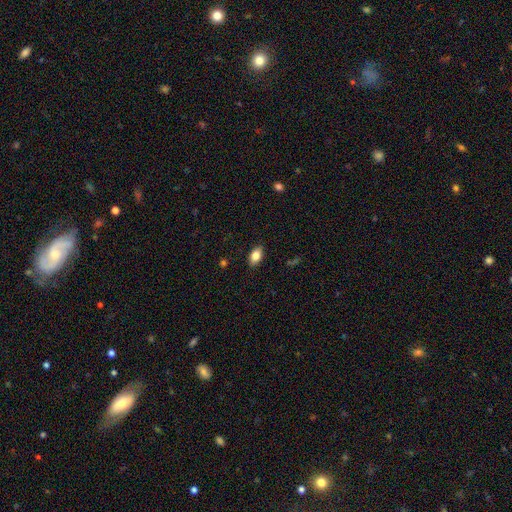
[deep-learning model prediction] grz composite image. It shows a smooth galaxy with no disk features (81%) that is in between round and cigar-shaped (90%). Merging: none (88%).